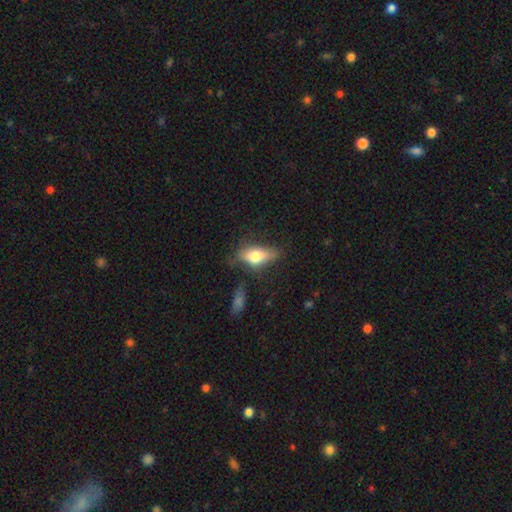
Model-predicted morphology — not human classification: Smooth or featured?
  - smooth: 64% *
  - featured or disk: 28%
  - star or artifact: 9%
How rounded?
  - in between: 78% *
  - cigar-shaped: 17%
  - round: 5%
Merging?
  - none: 51% *
  - minor disturbance: 27%
  - major disturbance: 16%
  - merger: 6%